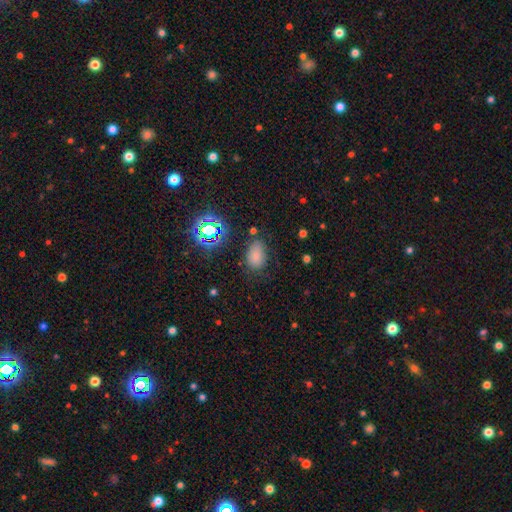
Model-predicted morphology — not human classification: The model was most divided on "smooth or featured": smooth: 70%, star or artifact: 21%, featured or disk: 9%. More confident: how rounded — in between (85%); merging — none (72%).